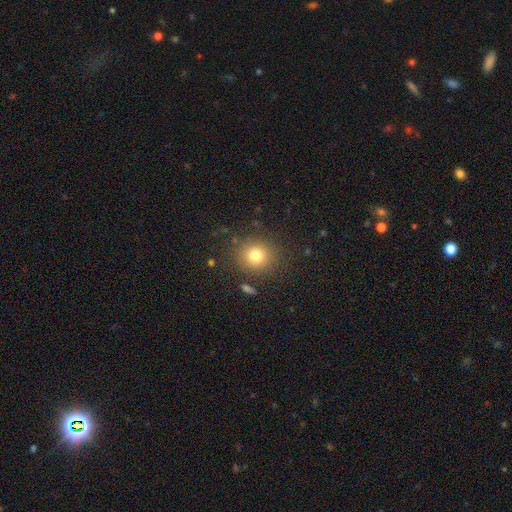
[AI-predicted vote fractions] smooth_or_featured: smooth (p=0.78) [alt: star or artifact p=0.13]
how_rounded: round (p=0.83) [alt: in between p=0.16]
merging: none (p=0.85) [alt: minor disturbance p=0.09]